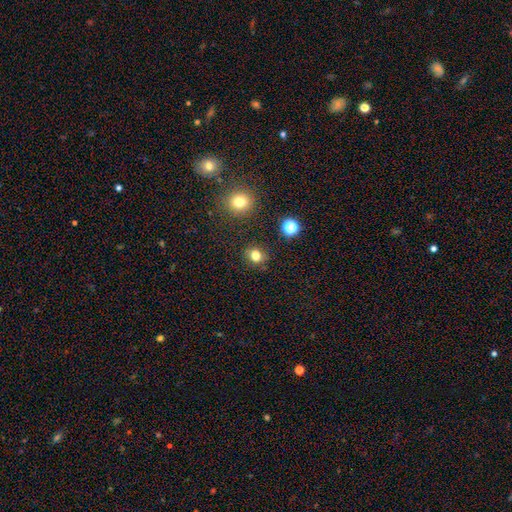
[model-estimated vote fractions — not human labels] Smooth or featured: smooth — 79% (star or artifact — 15%)
How rounded: round — 74% (in between — 25%)
Merging: none — 86% (minor disturbance — 9%)